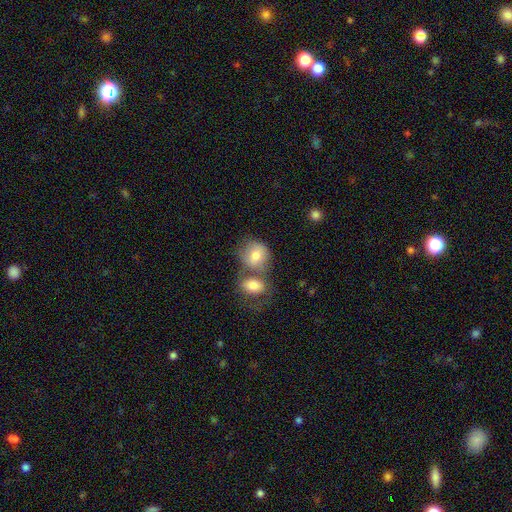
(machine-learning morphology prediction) type=smooth (76%); roundness=round (65%); merging=merger (47%).